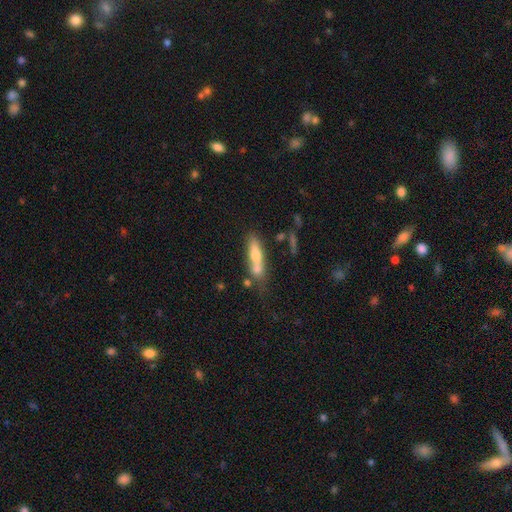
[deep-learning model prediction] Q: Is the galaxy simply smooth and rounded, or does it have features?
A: smooth — 56%.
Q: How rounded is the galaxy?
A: cigar-shaped — 67%.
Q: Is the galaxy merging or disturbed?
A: none — 44%.